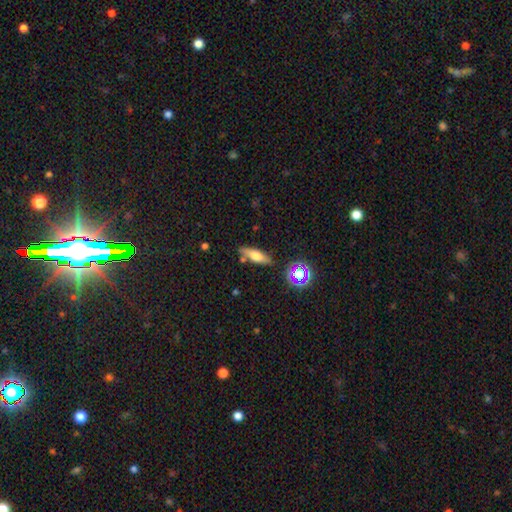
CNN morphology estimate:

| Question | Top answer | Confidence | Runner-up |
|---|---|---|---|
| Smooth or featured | smooth | 57% | featured or disk (31%) |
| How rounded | cigar-shaped | 51% | in between (44%) |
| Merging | none | 79% | minor disturbance (12%) |